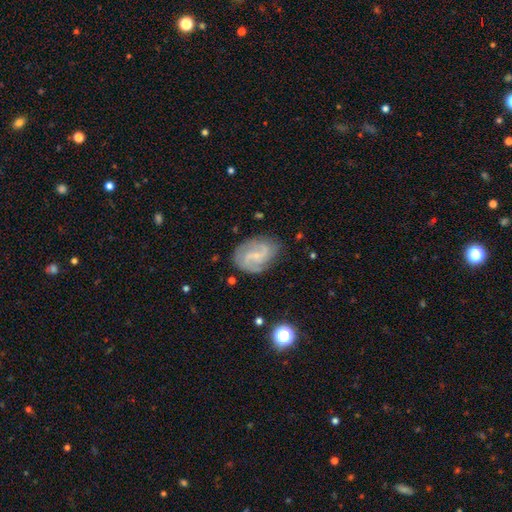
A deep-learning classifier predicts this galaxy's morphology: smooth_or_featured: featured or disk (p=0.81) [alt: smooth p=0.13]
disk_edge_on: no (p=0.98) [alt: yes p=0.02]
bar: weak (p=0.50) [alt: no p=0.38]
has_spiral_arms: yes (p=0.95) [alt: no p=0.05]
spiral_winding: medium (p=0.49) [alt: tight p=0.27]
spiral_arm_count: 2 (p=0.71) [alt: can't tell p=0.12]
bulge_size: small (p=0.75) [alt: moderate p=0.14]
merging: none (p=0.75) [alt: minor disturbance p=0.18]